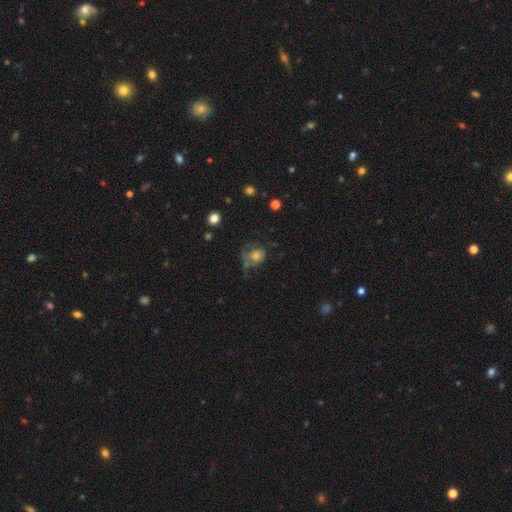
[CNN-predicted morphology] Overall: smooth (61%; featured or disk 23%). How rounded: round (65%; in between 34%). Merging: none (41%; major disturbance 26%).